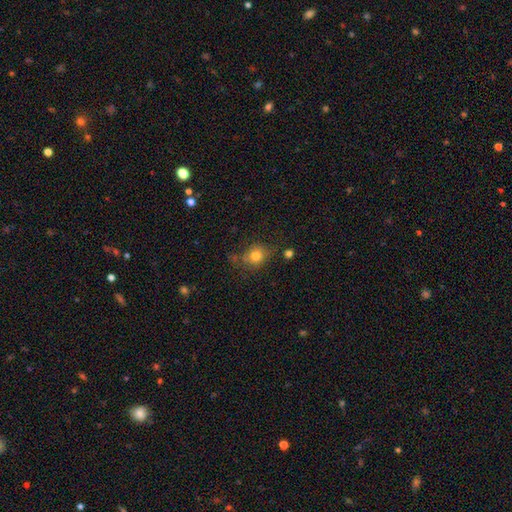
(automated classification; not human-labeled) Morphology: type=smooth (80%); roundness=round (71%); merging=none (68%).